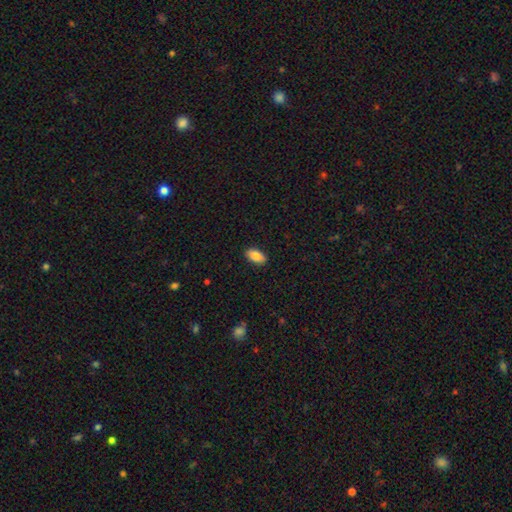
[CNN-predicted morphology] Q: Smooth or featured?
A: smooth (86%); runner-up: star or artifact (7%)
Q: How rounded?
A: in between (93%); runner-up: round (4%)
Q: Merging?
A: none (89%); runner-up: minor disturbance (8%)